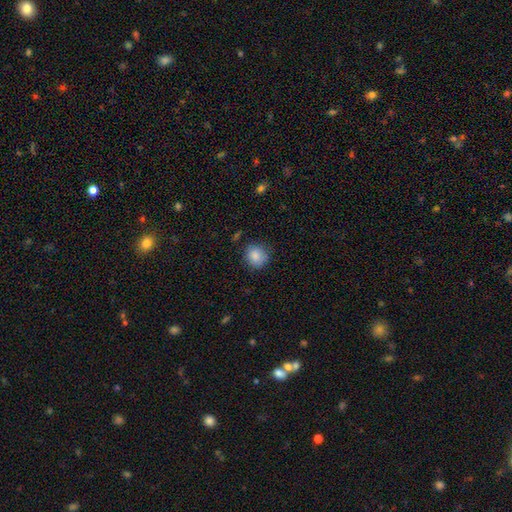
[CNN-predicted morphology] This appears to be a smooth galaxy with no disk features (86%) that is round (86%). Merging: none (80%).